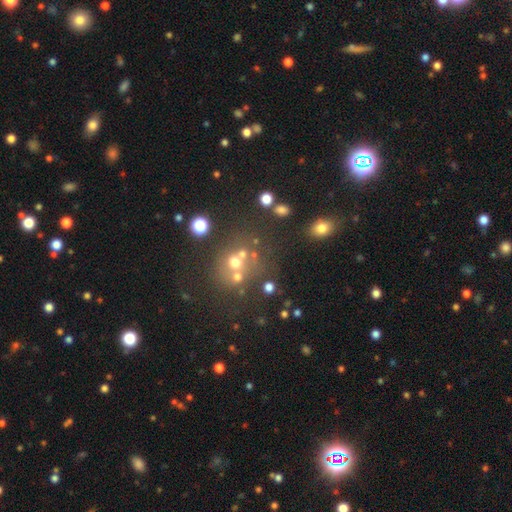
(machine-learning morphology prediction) A smooth galaxy with no disk features (42%). Merging: none (53%).